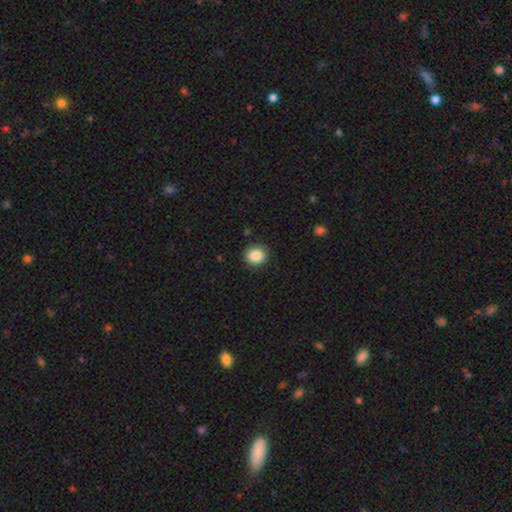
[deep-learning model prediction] Q: Smooth or featured?
A: smooth (87%); runner-up: star or artifact (9%)
Q: How rounded?
A: round (79%); runner-up: in between (20%)
Q: Merging?
A: none (89%); runner-up: minor disturbance (8%)